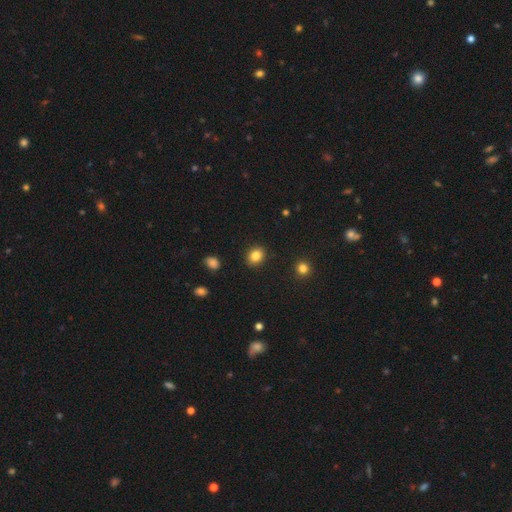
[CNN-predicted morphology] Smooth or featured?
  - smooth: 85% *
  - star or artifact: 10%
  - featured or disk: 5%
How rounded?
  - in between: 52% *
  - round: 47%
  - cigar-shaped: 1%
Merging?
  - none: 89% *
  - minor disturbance: 8%
  - major disturbance: 2%
  - merger: 1%